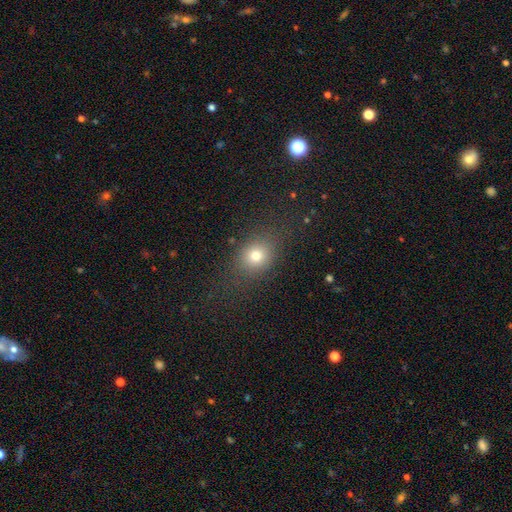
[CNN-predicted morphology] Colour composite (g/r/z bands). It shows a smooth galaxy with no disk features (74%) that is round (58%). Merging: none (77%).